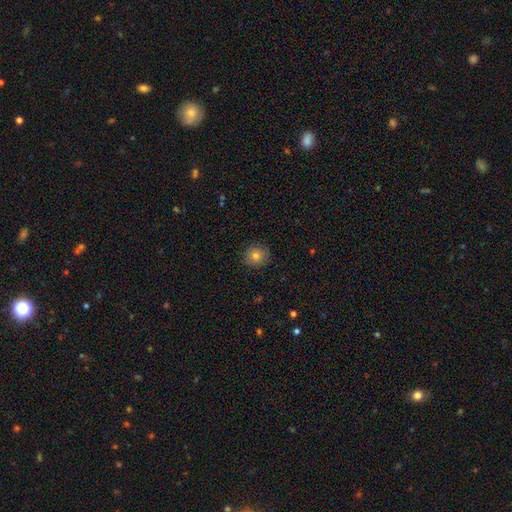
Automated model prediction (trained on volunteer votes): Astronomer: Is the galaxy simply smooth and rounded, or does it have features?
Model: smooth — 79%.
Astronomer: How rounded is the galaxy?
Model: round — 89%.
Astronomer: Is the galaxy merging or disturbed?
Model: none — 88%.